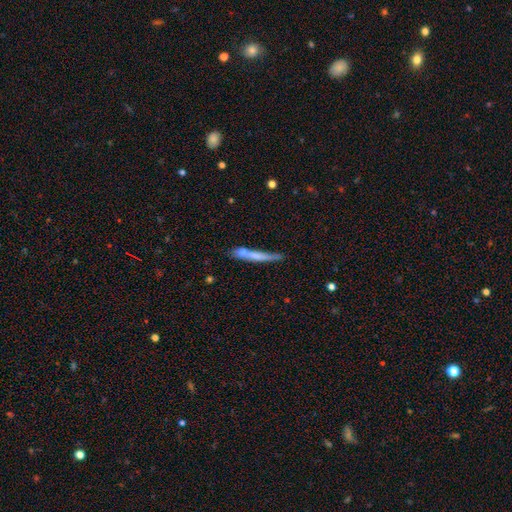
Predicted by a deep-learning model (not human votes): Smooth or featured? Predicted: smooth (p=0.60). How rounded? Predicted: cigar-shaped (p=0.94). Merging? Predicted: none (p=0.56).